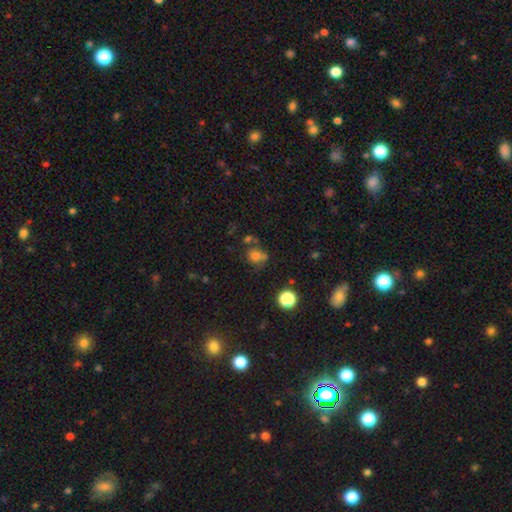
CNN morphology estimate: smooth_or_featured: smooth (p=0.68) [alt: star or artifact p=0.19]
how_rounded: round (p=0.65) [alt: in between p=0.34]
merging: none (p=0.47) [alt: minor disturbance p=0.21]